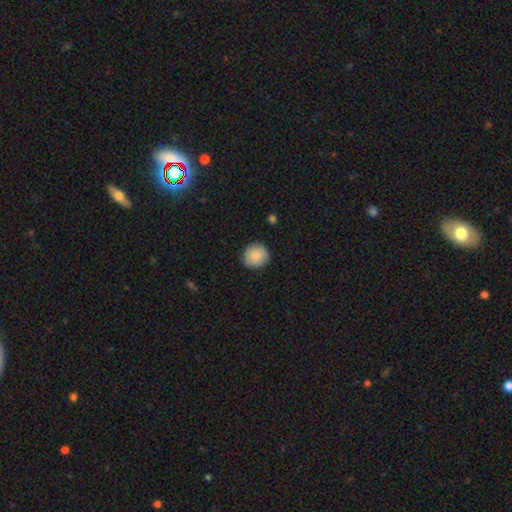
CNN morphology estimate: smooth-or-featured: smooth: 87% | star or artifact: 7% | featured or disk: 6%
  how-rounded: round: 87% | in between: 12% | cigar-shaped: 1%
  merging: none: 87% | minor disturbance: 10% | major disturbance: 2% | merger: 1%